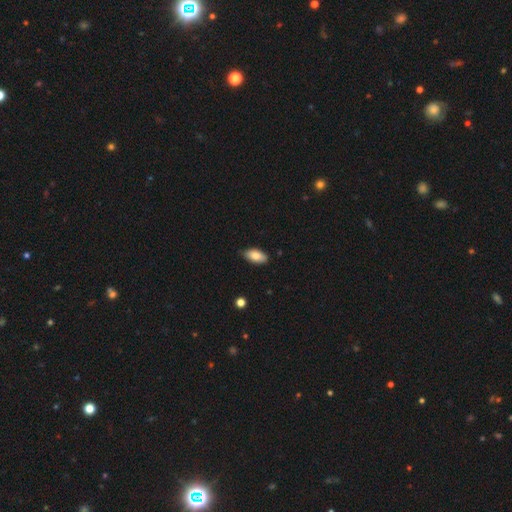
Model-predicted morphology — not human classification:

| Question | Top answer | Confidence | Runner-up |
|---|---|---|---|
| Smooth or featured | smooth | 82% | featured or disk (11%) |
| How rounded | in between | 92% | cigar-shaped (5%) |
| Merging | none | 83% | minor disturbance (14%) |